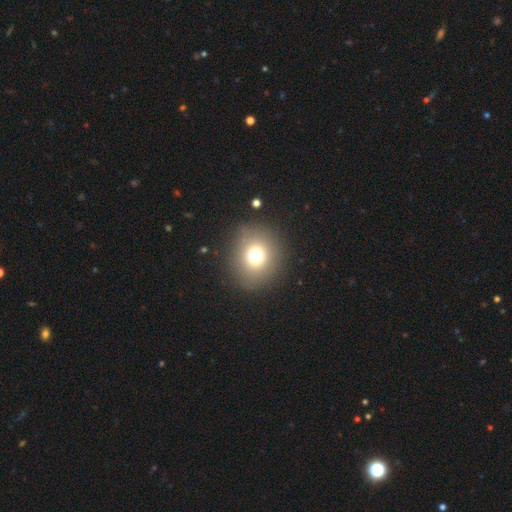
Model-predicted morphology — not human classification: A smooth galaxy with no disk features (72%) that is round (82%). Merging: none (87%).